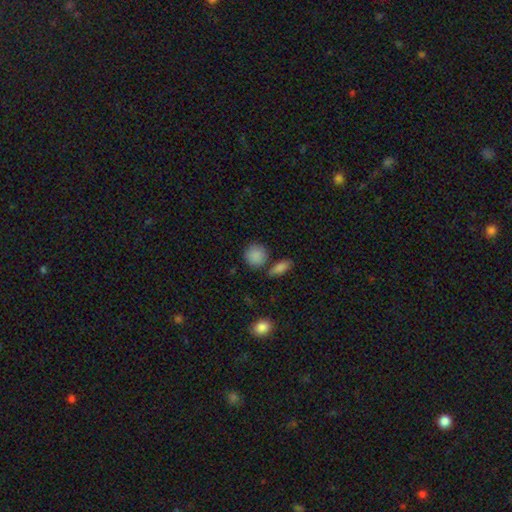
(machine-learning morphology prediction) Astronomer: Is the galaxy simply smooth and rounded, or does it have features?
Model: smooth — 86%.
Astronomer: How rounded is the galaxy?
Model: round — 82%.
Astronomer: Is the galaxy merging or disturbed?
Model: none — 71%.